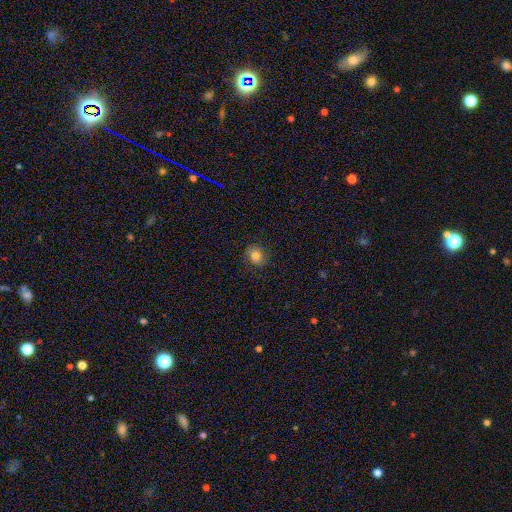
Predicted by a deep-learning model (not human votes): Smooth or featured? Predicted: smooth (p=0.80). How rounded? Predicted: round (p=0.71). Merging? Predicted: none (p=0.84).